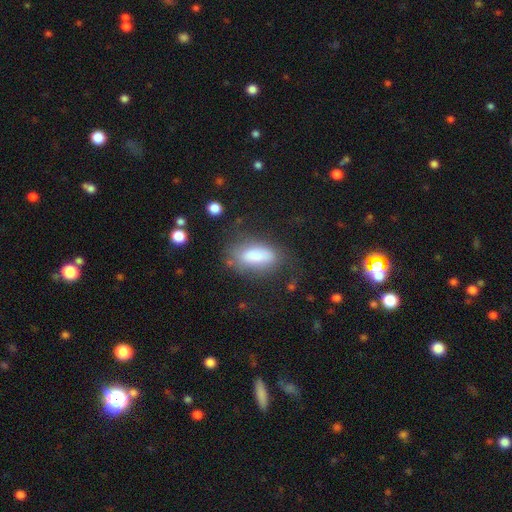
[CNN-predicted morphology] smooth_or_featured: smooth (p=0.78) [alt: featured or disk p=0.15]
how_rounded: in between (p=0.87) [alt: cigar-shaped p=0.09]
merging: none (p=0.56) [alt: minor disturbance p=0.24]